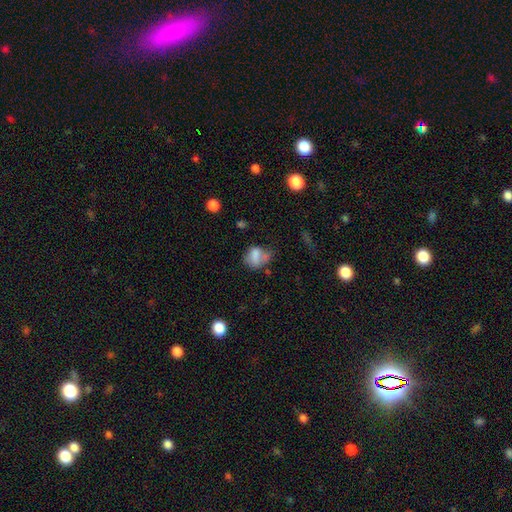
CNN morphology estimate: type=smooth (68%); roundness=in between (61%); merging=none (34%).